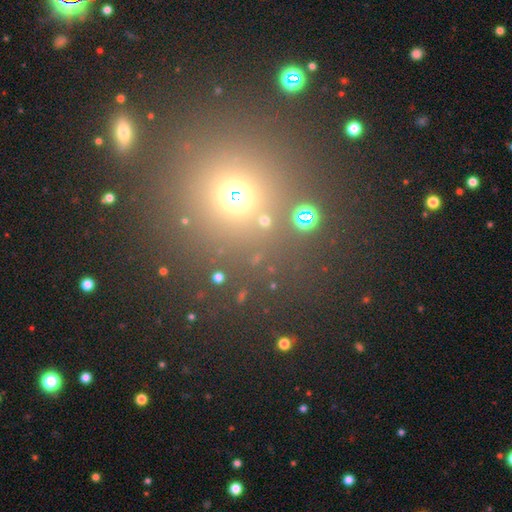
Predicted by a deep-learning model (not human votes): Smooth or featured?
  - smooth: 46% *
  - star or artifact: 45%
  - featured or disk: 9%
Merging?
  - none: 82% *
  - minor disturbance: 8%
  - merger: 6%
  - major disturbance: 4%